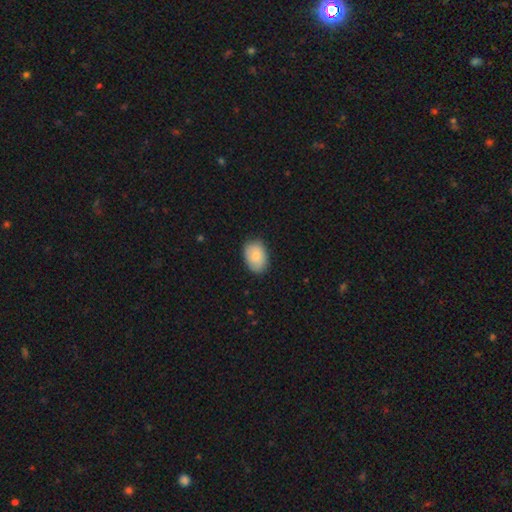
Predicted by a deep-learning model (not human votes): Smooth or featured?
  - smooth: 83% *
  - featured or disk: 11%
  - star or artifact: 6%
How rounded?
  - in between: 84% *
  - round: 15%
  - cigar-shaped: 1%
Merging?
  - none: 83% *
  - minor disturbance: 14%
  - major disturbance: 2%
  - merger: 1%